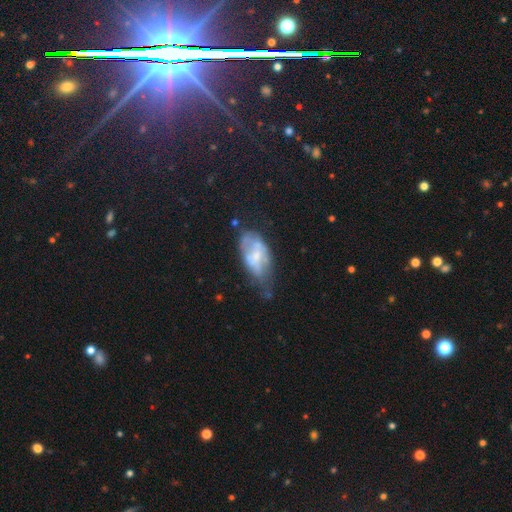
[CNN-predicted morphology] Smooth or featured? Predicted: featured or disk (p=0.54). Edge-on disk? Predicted: no (p=0.93). Bar? Predicted: no (p=0.66). Spiral arms? Predicted: no (p=0.64). Bulge size? Predicted: small (p=0.39). Merging? Predicted: minor disturbance (p=0.37).